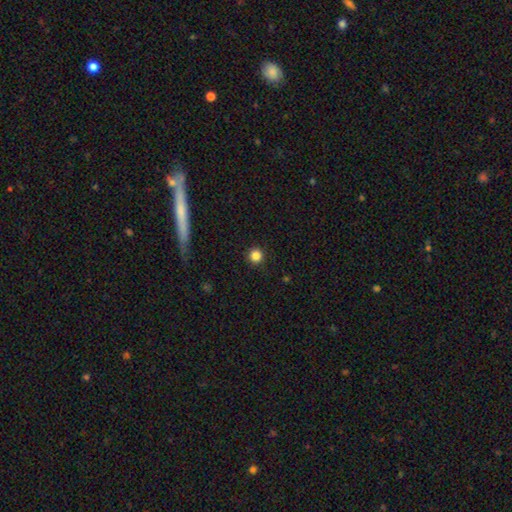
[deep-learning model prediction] A smooth galaxy with no disk features (85%) that is round (96%).

Vote fractions:
- Smooth or featured? smooth: 85% / star or artifact: 11% / featured or disk: 4%
- How rounded? round: 96% / in between: 3% / cigar-shaped: 1%
- Merging? none: 92% / minor disturbance: 5% / major disturbance: 2% / merger: 1%